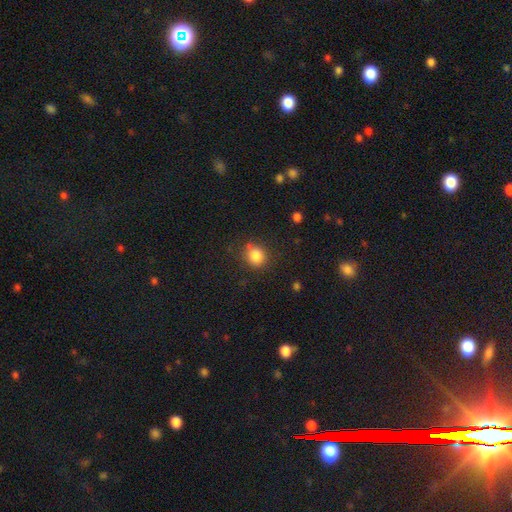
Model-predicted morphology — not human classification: Smooth or featured: smooth — 84% (star or artifact — 11%)
How rounded: round — 74% (in between — 25%)
Merging: none — 77% (minor disturbance — 15%)